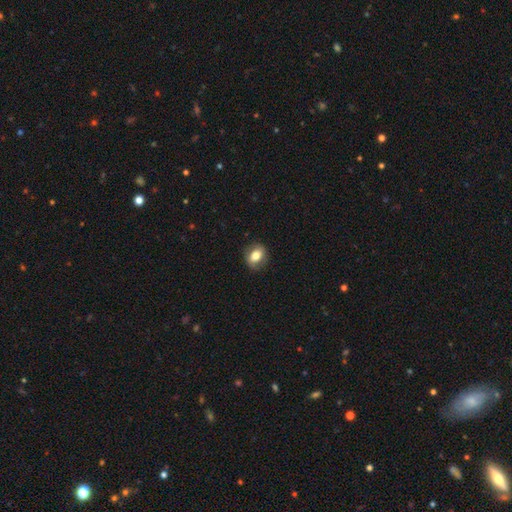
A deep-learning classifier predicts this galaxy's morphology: The model was most divided on "how rounded": in between: 56%, round: 42%, cigar-shaped: 1%. More confident: merging — none (83%); smooth or featured — smooth (72%).